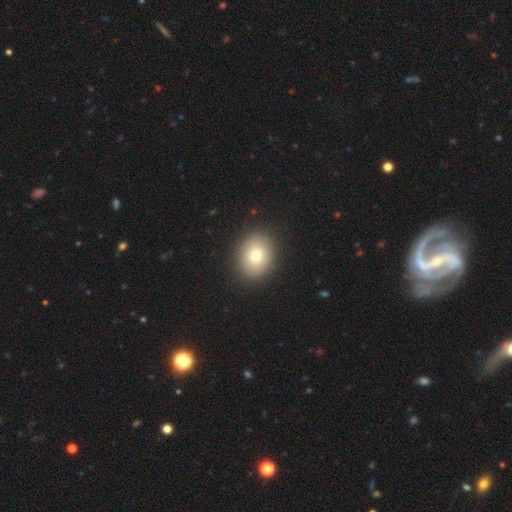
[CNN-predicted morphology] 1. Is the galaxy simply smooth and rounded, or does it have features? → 76% smooth, 13% featured or disk, 11% star or artifact.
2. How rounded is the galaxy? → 51% in between, 48% round, 1% cigar-shaped.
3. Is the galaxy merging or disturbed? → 90% none, 7% minor disturbance, 2% major disturbance, 1% merger.